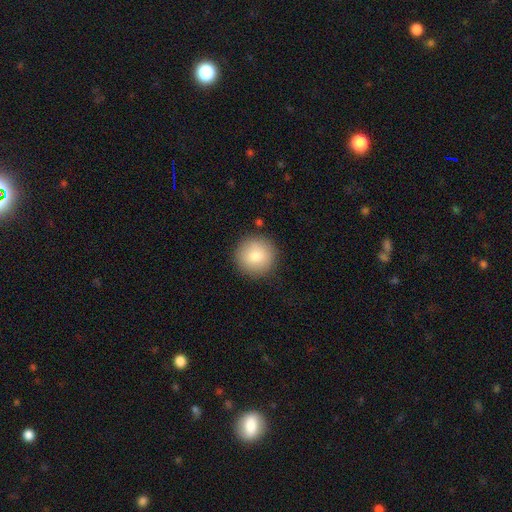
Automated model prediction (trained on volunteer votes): A smooth galaxy with no disk features (82%) that is round (96%). Merging: none (89%).